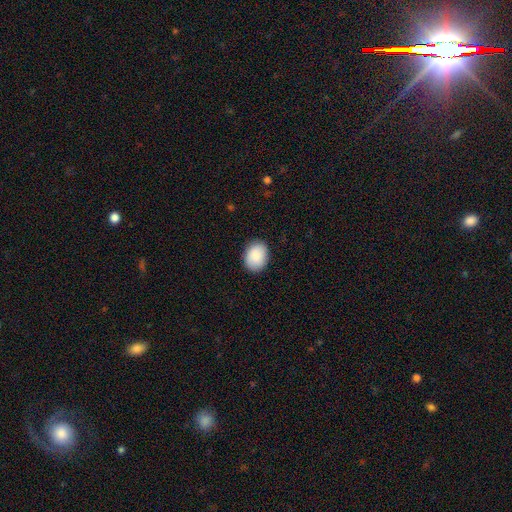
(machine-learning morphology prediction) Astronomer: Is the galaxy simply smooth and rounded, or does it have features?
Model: smooth — 90%.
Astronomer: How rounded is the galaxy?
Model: in between — 66%.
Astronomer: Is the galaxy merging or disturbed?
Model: none — 88%.